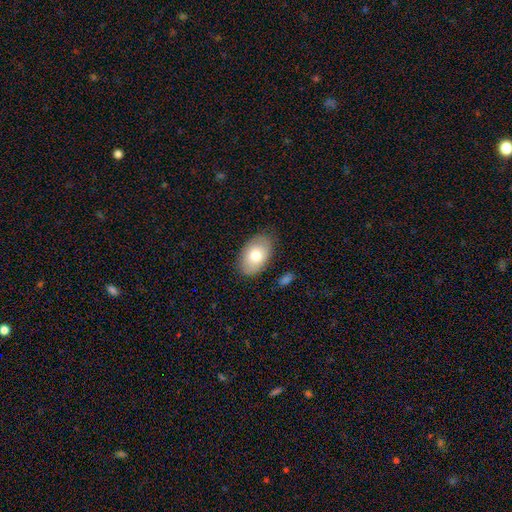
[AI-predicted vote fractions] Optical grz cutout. It shows a smooth galaxy with no disk features (74%) that is in between round and cigar-shaped (91%). Merging: none (81%).